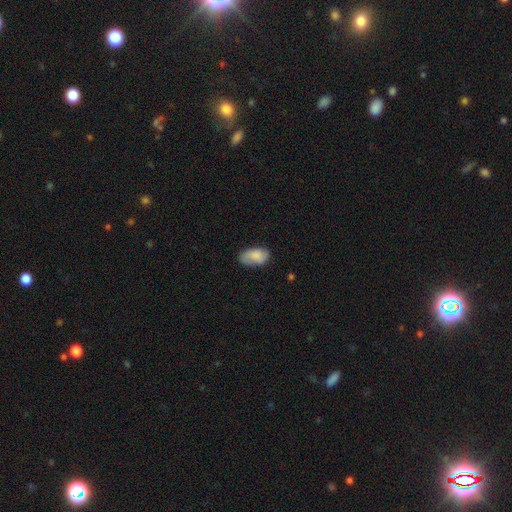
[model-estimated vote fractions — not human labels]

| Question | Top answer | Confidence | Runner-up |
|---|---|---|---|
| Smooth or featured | smooth | 81% | featured or disk (13%) |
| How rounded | in between | 93% | round (5%) |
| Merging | none | 71% | minor disturbance (23%) |